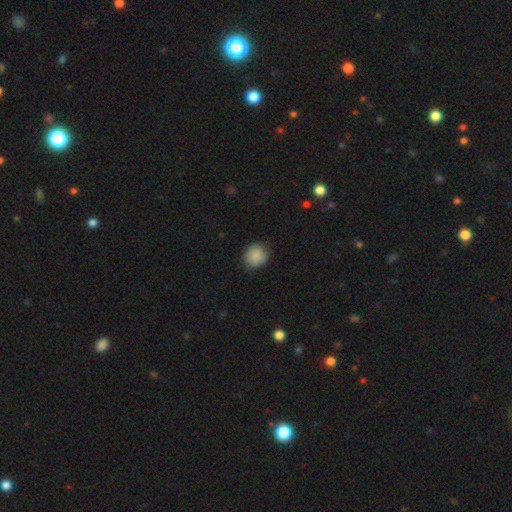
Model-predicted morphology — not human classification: Smooth or featured?
  - smooth: 88% *
  - star or artifact: 8%
  - featured or disk: 5%
How rounded?
  - round: 80% *
  - in between: 19%
  - cigar-shaped: 1%
Merging?
  - none: 81% *
  - minor disturbance: 15%
  - major disturbance: 3%
  - merger: 1%